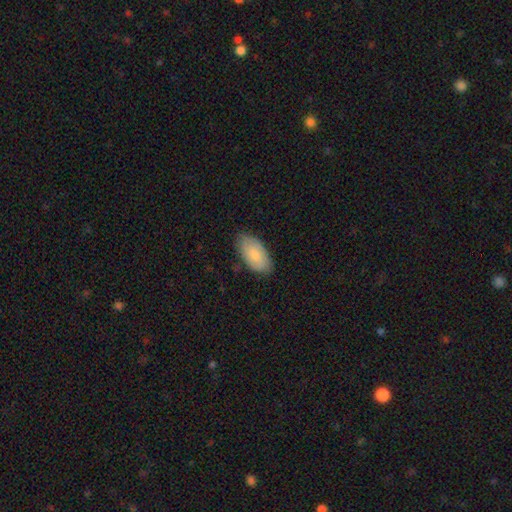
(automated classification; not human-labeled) smooth_or_featured: smooth (p=0.79) [alt: featured or disk p=0.15]
how_rounded: in between (p=0.95) [alt: round p=0.03]
merging: none (p=0.79) [alt: minor disturbance p=0.17]